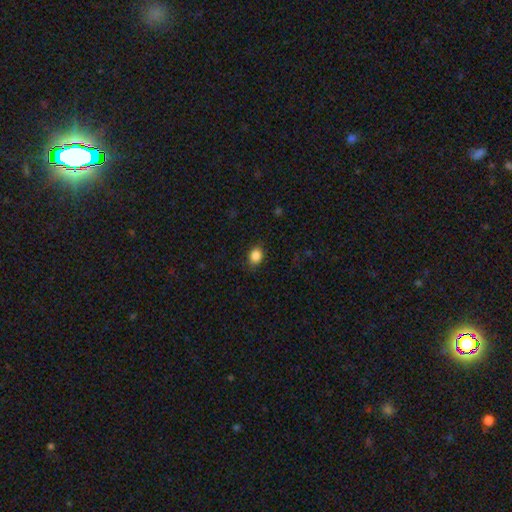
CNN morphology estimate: A smooth galaxy with no disk features (87%) that is in between round and cigar-shaped (55%). Merging: none (83%).